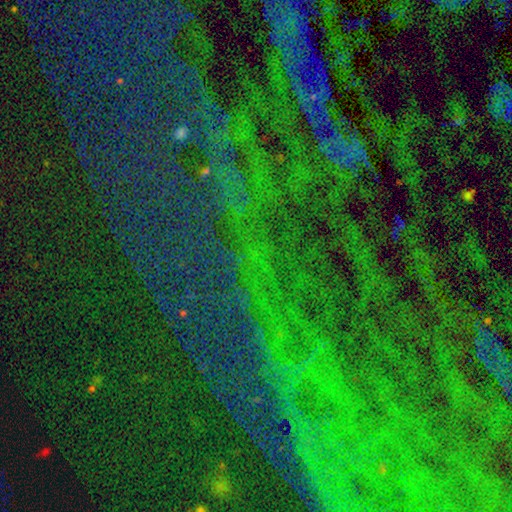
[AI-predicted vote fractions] smooth_or_featured: star or artifact (p=0.83) [alt: smooth p=0.10]